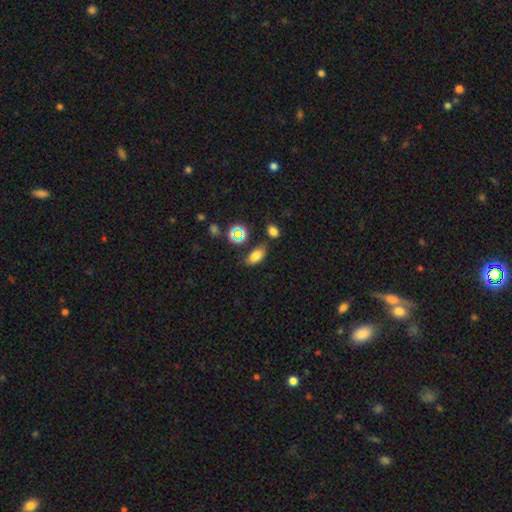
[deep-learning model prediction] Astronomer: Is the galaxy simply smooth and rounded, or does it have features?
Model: smooth — 75%.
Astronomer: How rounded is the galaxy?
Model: in between — 87%.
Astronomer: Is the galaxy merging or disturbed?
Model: none — 72%.